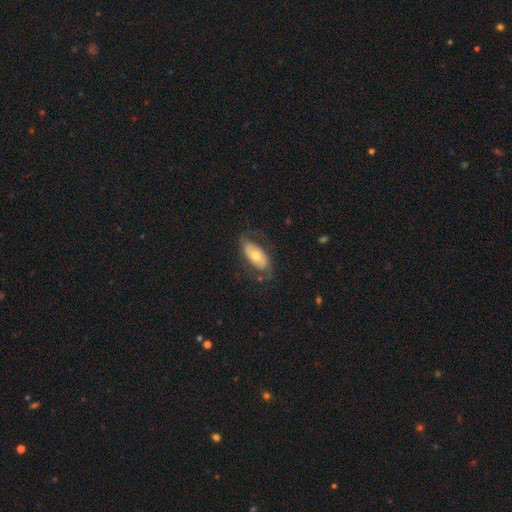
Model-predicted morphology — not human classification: Smooth or featured: featured or disk — 56% (smooth — 38%)
Edge-on disk: no — 89% (yes — 11%)
Merging: none — 68% (minor disturbance — 18%)